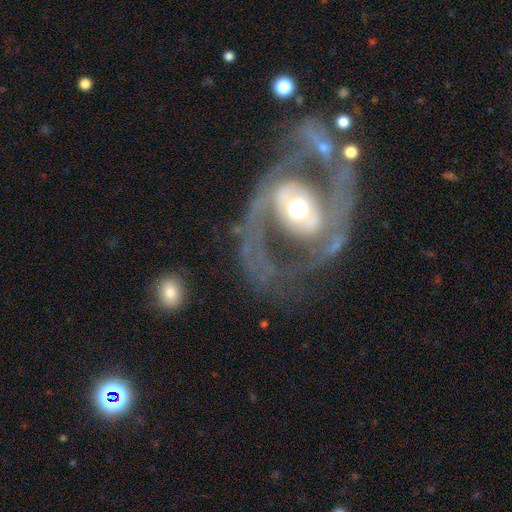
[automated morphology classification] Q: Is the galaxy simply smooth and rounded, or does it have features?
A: featured or disk — 82%.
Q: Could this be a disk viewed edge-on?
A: no — 95%.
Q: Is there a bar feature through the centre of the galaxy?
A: no — 47%.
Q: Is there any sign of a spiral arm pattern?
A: yes — 75%.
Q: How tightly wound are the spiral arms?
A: medium — 47%.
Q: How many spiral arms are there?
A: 2 — 78%.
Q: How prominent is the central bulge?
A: moderate — 66%.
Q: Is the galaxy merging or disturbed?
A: none — 58%.